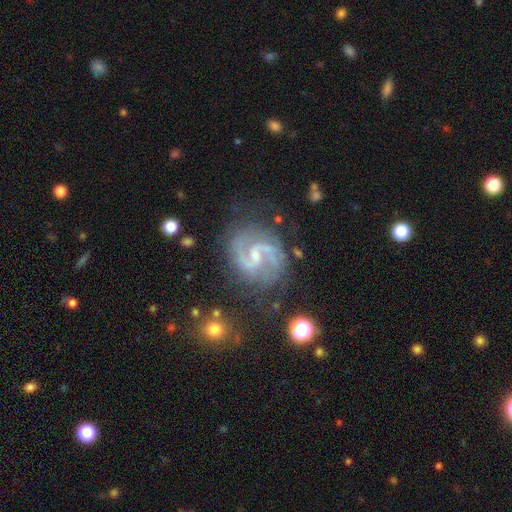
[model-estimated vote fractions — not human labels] Smooth or featured? featured or disk (91%)
Edge-on disk? no (98%)
Bar? weak (55%)
Spiral arms? yes (98%)
Spiral winding? medium (64%)
Spiral arm count? 2 (93%)
Bulge size? small (65%)
Merging? none (75%)